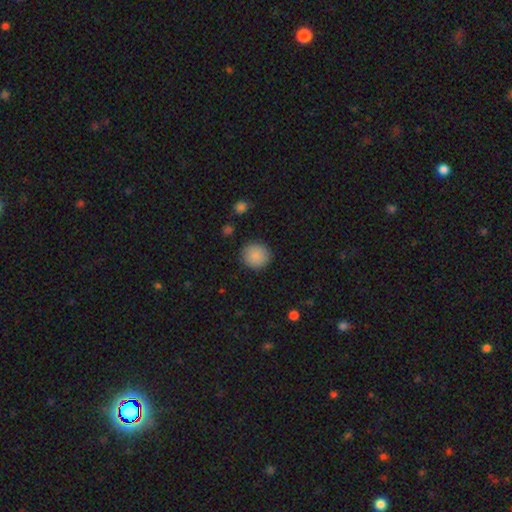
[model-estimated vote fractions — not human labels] A smooth galaxy with no disk features (87%) that is round (90%).

Vote fractions:
- Smooth or featured? smooth: 87% / star or artifact: 8% / featured or disk: 5%
- How rounded? round: 90% / in between: 9% / cigar-shaped: 1%
- Merging? none: 89% / minor disturbance: 7% / major disturbance: 2% / merger: 1%